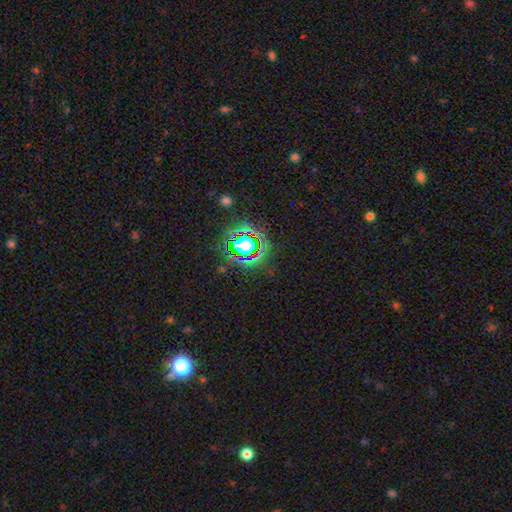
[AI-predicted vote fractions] This is likely a star or artifact rather than a galaxy (75%).